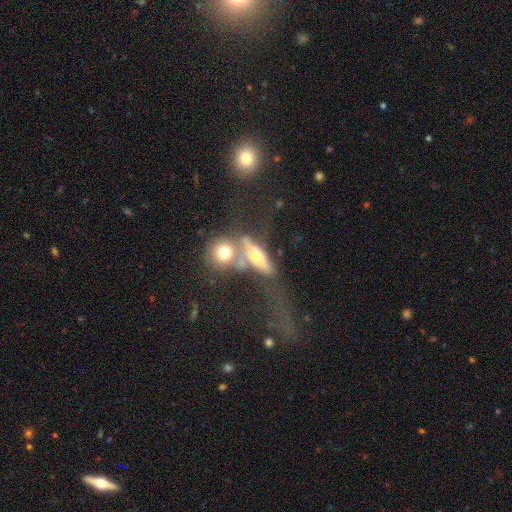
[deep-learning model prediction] smooth_or_featured: smooth (p=0.47) [alt: featured or disk p=0.42]
merging: merger (p=0.51) [alt: none p=0.24]